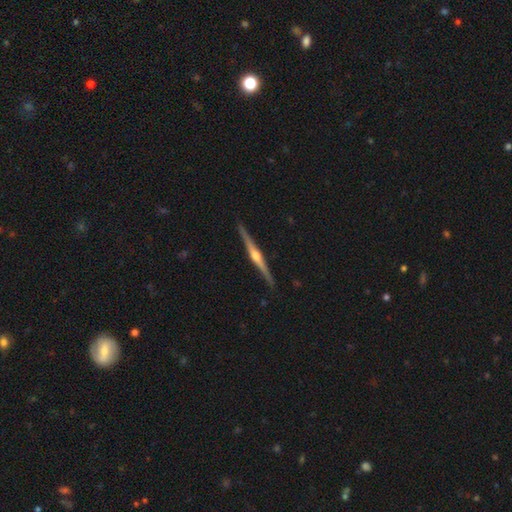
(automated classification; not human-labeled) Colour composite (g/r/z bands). It shows a featured or disk galaxy (83%) viewed edge-on (99%) with a rounded central bulge (92%). Merging: none (91%).